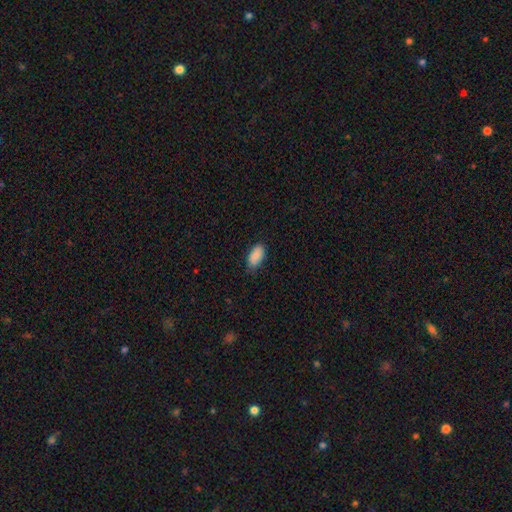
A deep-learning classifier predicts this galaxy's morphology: This is clearly a smooth galaxy (87%). How rounded: clearly in between (94%). Merging: likely none (80%).